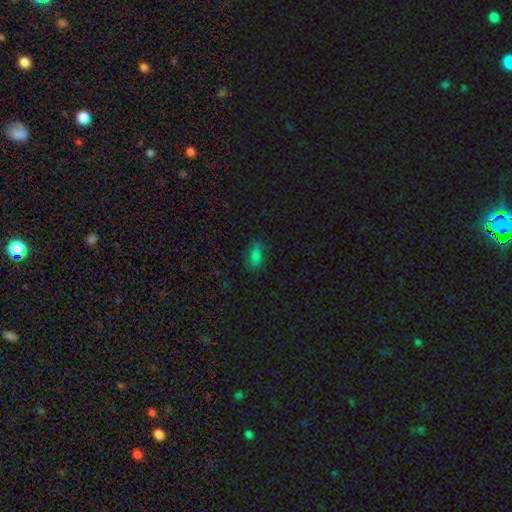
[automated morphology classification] A smooth galaxy with no disk features (77%) that is in between round and cigar-shaped (80%).

Vote fractions:
- Smooth or featured? smooth: 77% / star or artifact: 15% / featured or disk: 7%
- How rounded? in between: 80% / cigar-shaped: 16% / round: 4%
- Merging? none: 77% / minor disturbance: 18% / major disturbance: 4% / merger: 2%